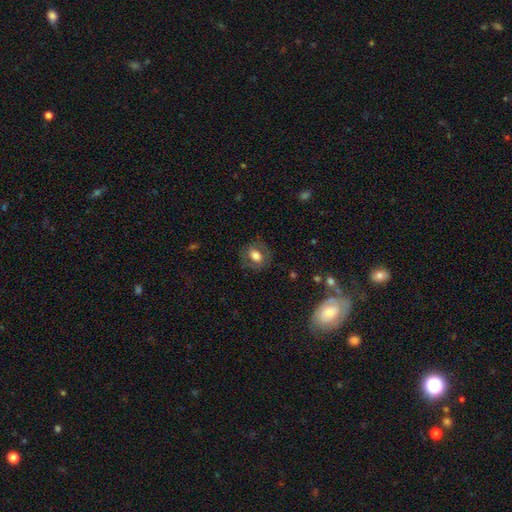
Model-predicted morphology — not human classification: Smooth or featured: smooth — 65% (featured or disk — 26%)
How rounded: in between — 51% (round — 48%)
Merging: none — 77% (minor disturbance — 14%)